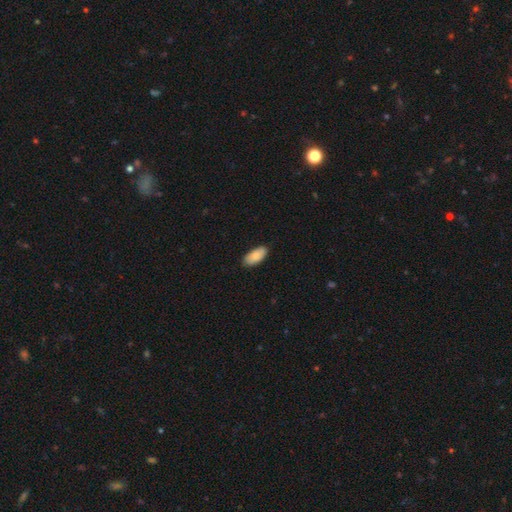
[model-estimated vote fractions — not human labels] Smooth or featured? Predicted: smooth (p=0.87). How rounded? Predicted: in between (p=0.92). Merging? Predicted: none (p=0.87).